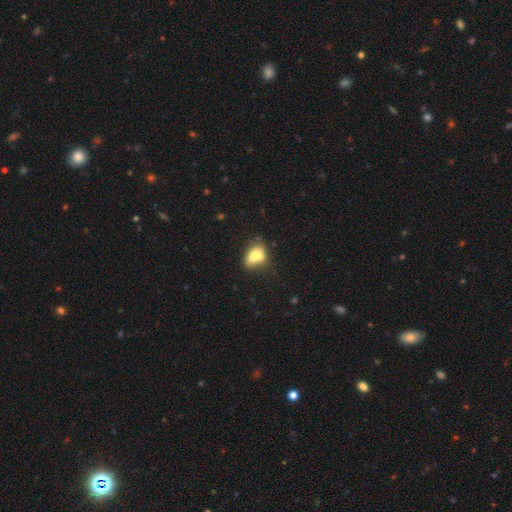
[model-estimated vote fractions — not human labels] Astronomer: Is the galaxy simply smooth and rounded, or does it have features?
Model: smooth — 72%.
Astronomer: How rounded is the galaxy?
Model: in between — 75%.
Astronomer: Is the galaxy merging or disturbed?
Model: none — 36% (runner-up: merger, 35%).